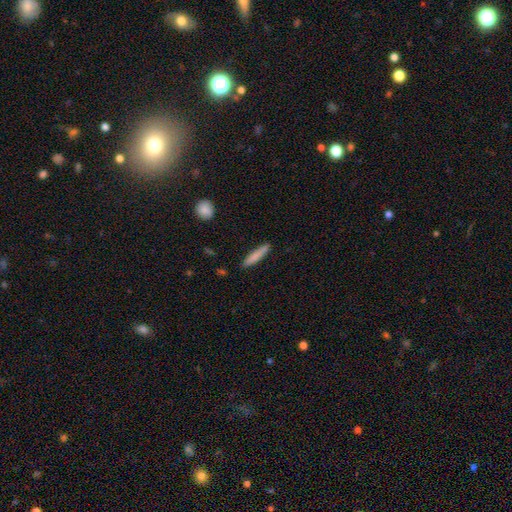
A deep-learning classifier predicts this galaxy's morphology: A smooth galaxy with no disk features (80%) that is cigar-shaped (91%).

Vote fractions:
- Smooth or featured? smooth: 80% / featured or disk: 14% / star or artifact: 6%
- How rounded? cigar-shaped: 91% / in between: 8% / round: 1%
- Merging? none: 85% / minor disturbance: 11% / major disturbance: 2% / merger: 2%